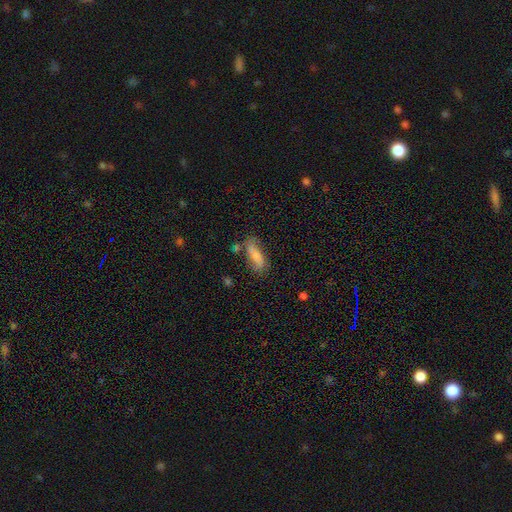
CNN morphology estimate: smooth 70%, featured or disk 22%, star or artifact 8%. Down the decision tree: how rounded — in between (64%); merging — none (58%).